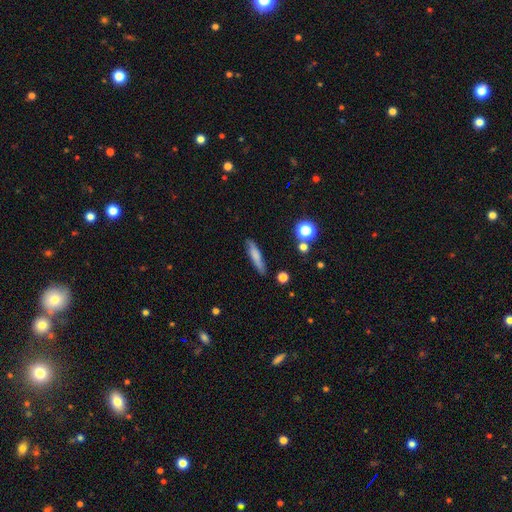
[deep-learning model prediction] smooth-or-featured: smooth: 67% | featured or disk: 25% | star or artifact: 9%
  how-rounded: cigar-shaped: 82% | in between: 15% | round: 3%
  merging: none: 79% | minor disturbance: 15% | major disturbance: 3% | merger: 2%